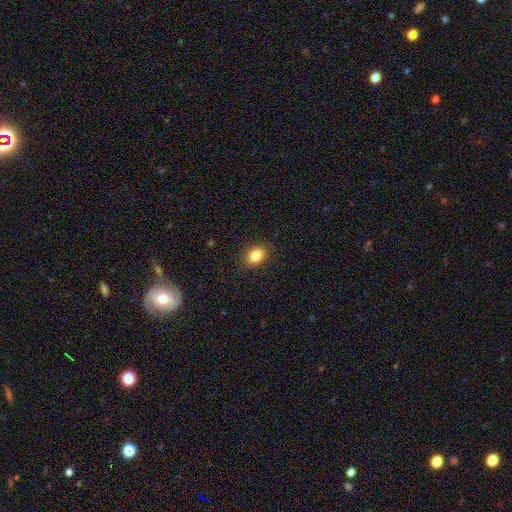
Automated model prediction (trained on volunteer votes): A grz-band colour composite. It shows a smooth galaxy with no disk features (84%) that is in between round and cigar-shaped (70%). Merging: none (86%).